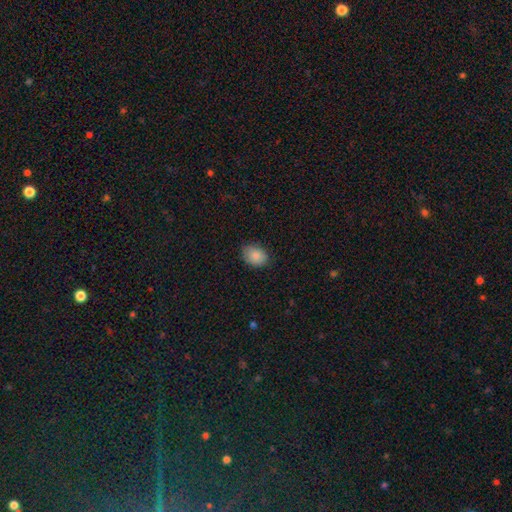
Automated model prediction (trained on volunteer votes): The model was most divided on "how rounded": in between: 69%, round: 31%, cigar-shaped: 1%. More confident: smooth or featured — smooth (86%); merging — none (80%).